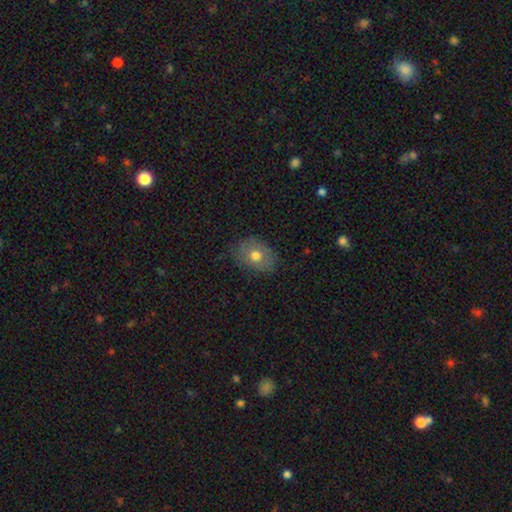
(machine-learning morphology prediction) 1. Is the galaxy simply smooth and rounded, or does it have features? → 69% smooth, 21% featured or disk, 9% star or artifact.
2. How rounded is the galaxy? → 68% in between, 31% round, 1% cigar-shaped.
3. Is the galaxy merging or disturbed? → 78% none, 16% minor disturbance, 4% major disturbance, 1% merger.